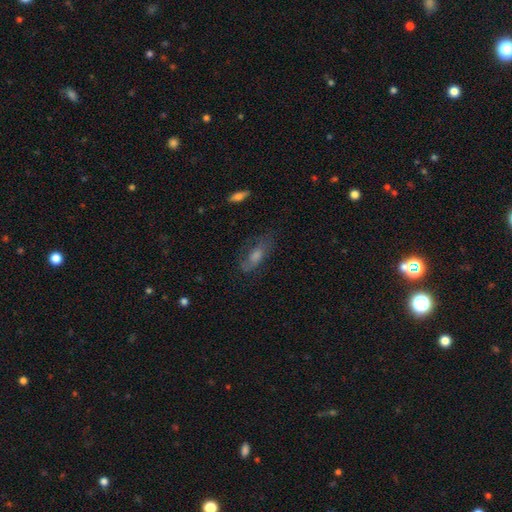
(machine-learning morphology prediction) A featured or disk galaxy (46%). Merging: none (65%).